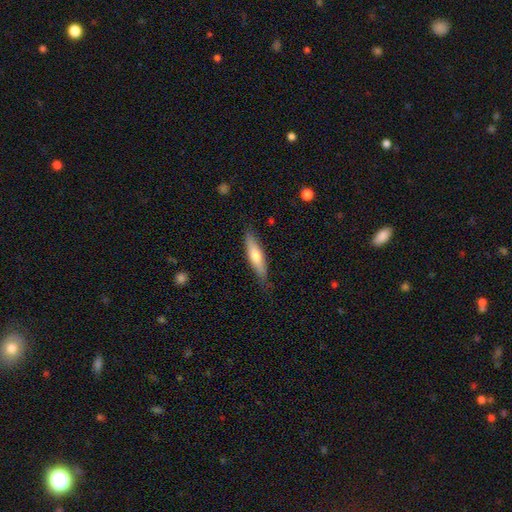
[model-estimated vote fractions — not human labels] smooth-or-featured: smooth: 61% | featured or disk: 33% | star or artifact: 6%
  how-rounded: cigar-shaped: 72% | in between: 26% | round: 2%
  merging: none: 80% | minor disturbance: 16% | major disturbance: 3% | merger: 1%